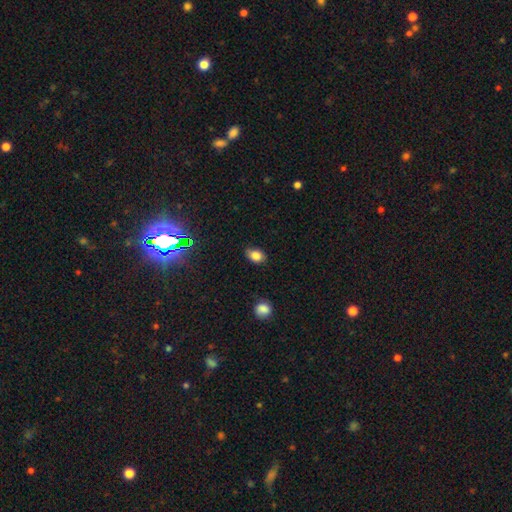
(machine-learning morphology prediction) A smooth galaxy with no disk features (82%) that is in between round and cigar-shaped (77%).

Vote fractions:
- Smooth or featured? smooth: 82% / star or artifact: 11% / featured or disk: 6%
- How rounded? in between: 77% / round: 21% / cigar-shaped: 1%
- Merging? none: 77% / minor disturbance: 18% / major disturbance: 3% / merger: 1%